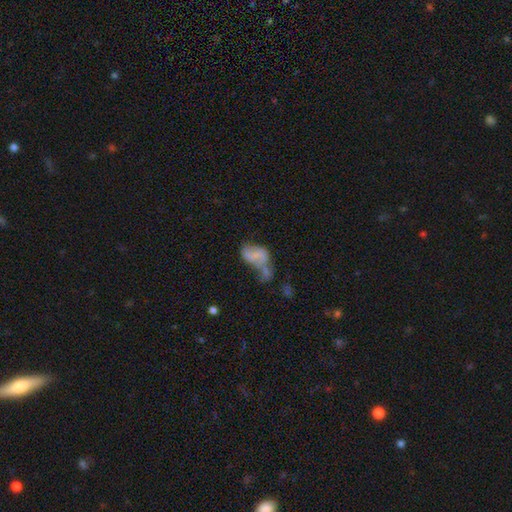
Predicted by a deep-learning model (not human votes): This appears to be a smooth galaxy with no disk features (49%). Merging: merger (46%).